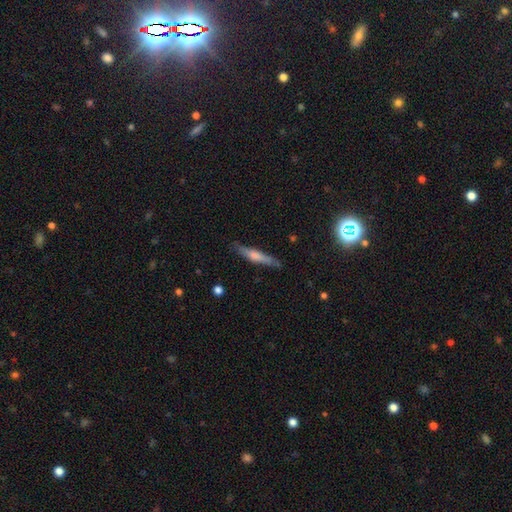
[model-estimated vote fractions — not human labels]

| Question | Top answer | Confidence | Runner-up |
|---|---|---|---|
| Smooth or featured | smooth | 55% | featured or disk (39%) |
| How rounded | cigar-shaped | 91% | in between (7%) |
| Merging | none | 82% | minor disturbance (14%) |